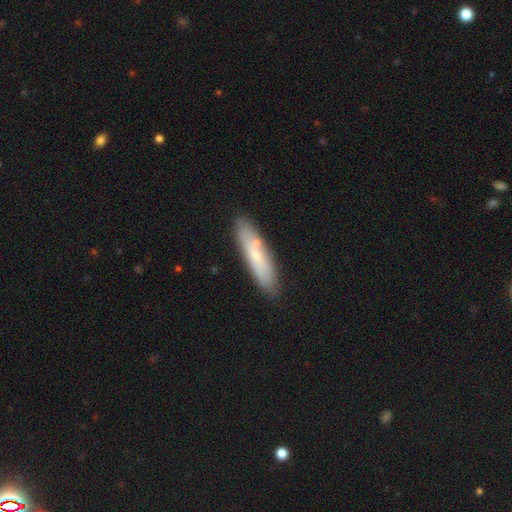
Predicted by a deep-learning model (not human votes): Smooth or featured?
  - smooth: 63% *
  - featured or disk: 30%
  - star or artifact: 6%
How rounded?
  - cigar-shaped: 76% *
  - in between: 23%
  - round: 2%
Merging?
  - none: 81% *
  - minor disturbance: 12%
  - merger: 5%
  - major disturbance: 2%